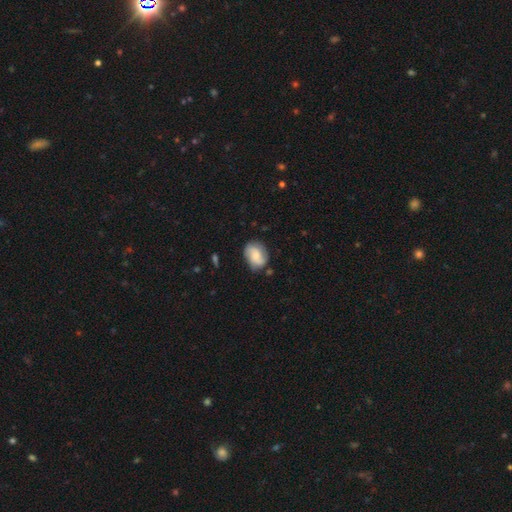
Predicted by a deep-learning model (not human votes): Overall: smooth (53%; featured or disk 39%). How rounded: in between (66%; round 33%). Merging: none (68%).